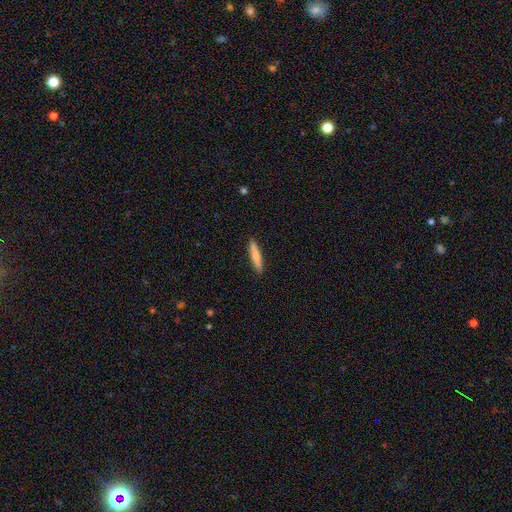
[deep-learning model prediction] Smooth or featured? smooth (76%)
How rounded? cigar-shaped (92%)
Merging? none (90%)